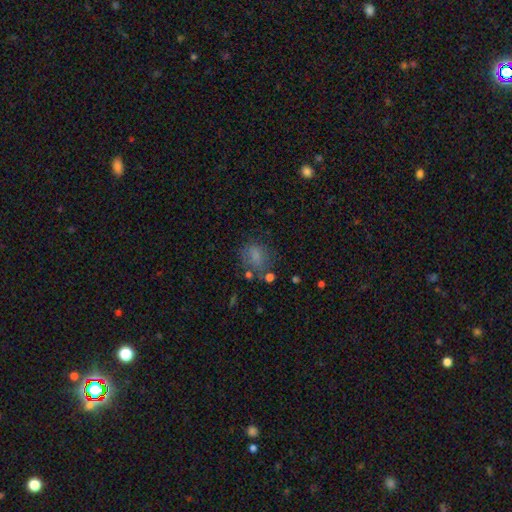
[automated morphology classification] A smooth galaxy with no disk features (71%) that is in between round and cigar-shaped (50%). Merging: none (59%).